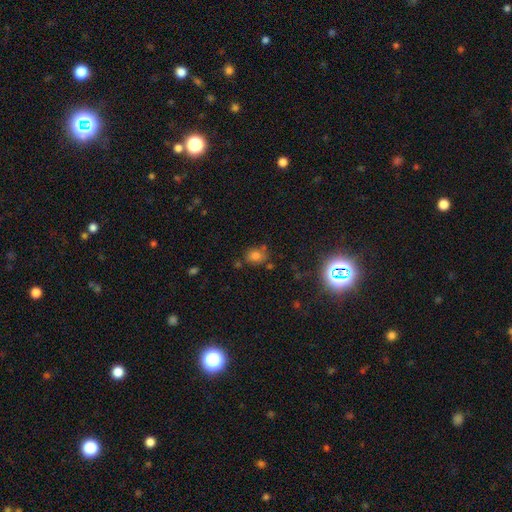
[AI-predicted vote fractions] smooth-or-featured: smooth: 74% | star or artifact: 18% | featured or disk: 8%
  how-rounded: round: 54% | in between: 45% | cigar-shaped: 1%
  merging: none: 69% | minor disturbance: 16% | merger: 10% | major disturbance: 5%